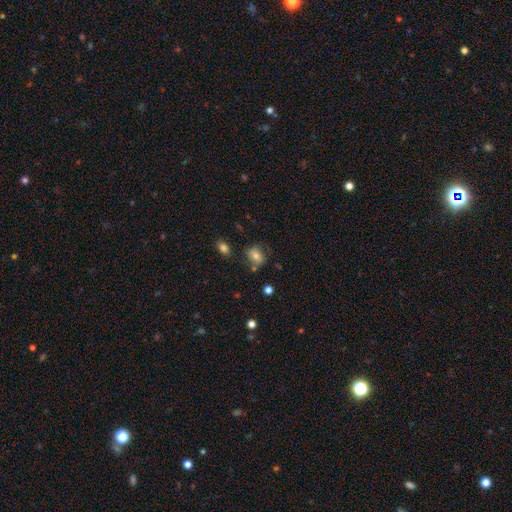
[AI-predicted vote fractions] This is likely a smooth galaxy (68%). How rounded: possibly in between (54%). Merging: likely none (67%).